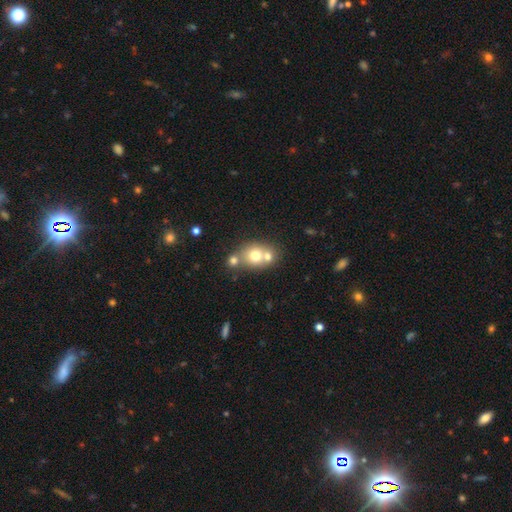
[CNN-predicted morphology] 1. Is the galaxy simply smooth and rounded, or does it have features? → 68% smooth, 20% featured or disk, 12% star or artifact.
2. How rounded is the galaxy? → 63% round, 36% in between, 1% cigar-shaped.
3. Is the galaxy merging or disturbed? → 49% merger, 40% none, 8% minor disturbance, 3% major disturbance.